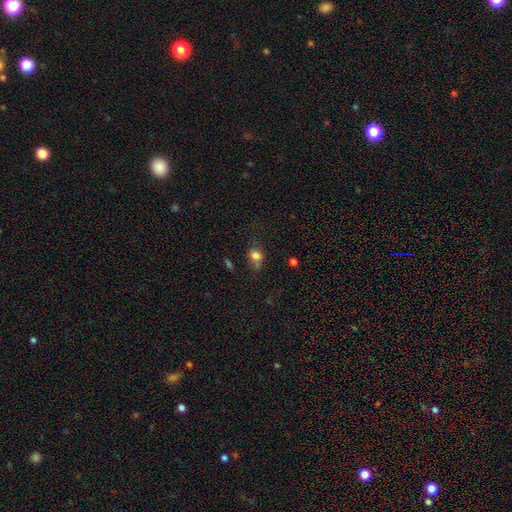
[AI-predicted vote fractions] Overall: smooth (78%). How rounded: in between (52%; round 46%). Merging: none (48%; minor disturbance 28%).